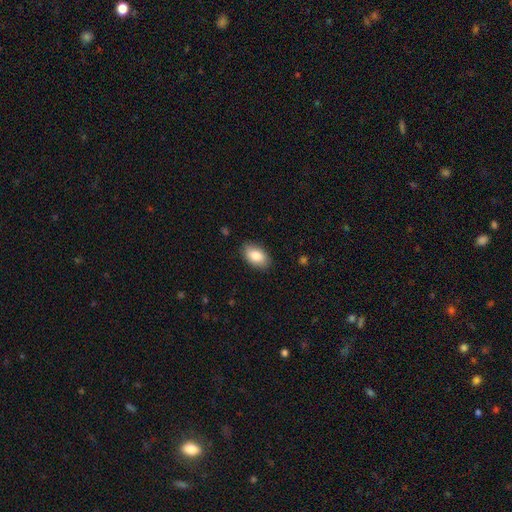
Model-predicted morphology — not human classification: This is clearly a smooth galaxy (85%). How rounded: clearly in between (92%). Merging: clearly none (85%).